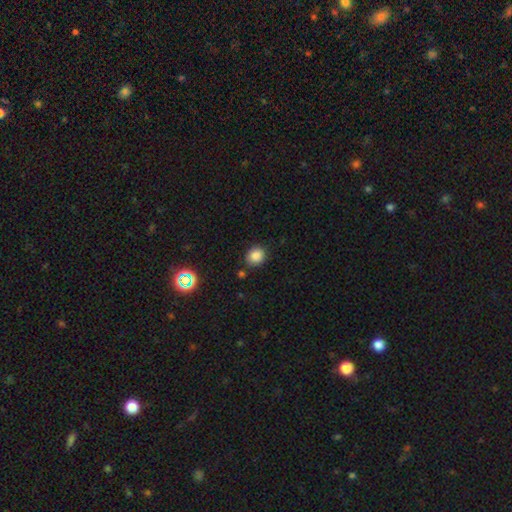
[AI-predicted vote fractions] Overall: smooth (84%). How rounded: round (75%). Merging: none (83%).